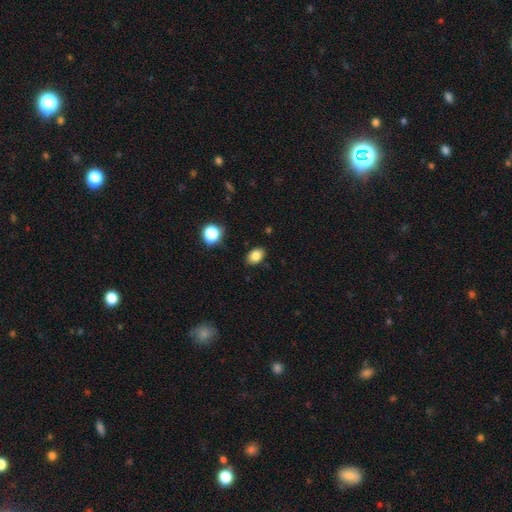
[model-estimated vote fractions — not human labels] The model was most divided on "how rounded": in between: 80%, round: 19%, cigar-shaped: 1%. More confident: merging — none (86%); smooth or featured — smooth (83%).